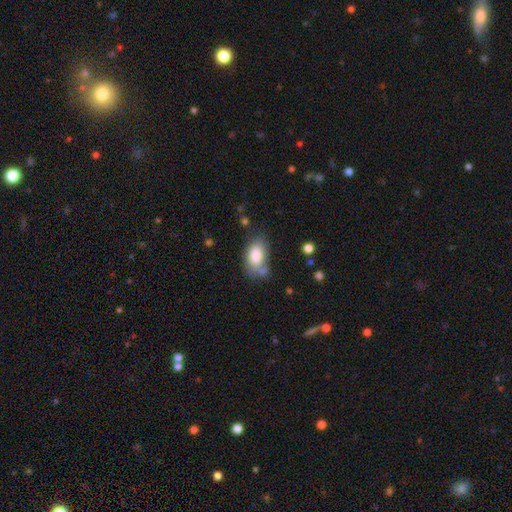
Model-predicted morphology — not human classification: smooth-or-featured: smooth: 82% | featured or disk: 11% | star or artifact: 7%
  how-rounded: in between: 92% | round: 6% | cigar-shaped: 2%
  merging: none: 52% | minor disturbance: 23% | merger: 15% | major disturbance: 9%